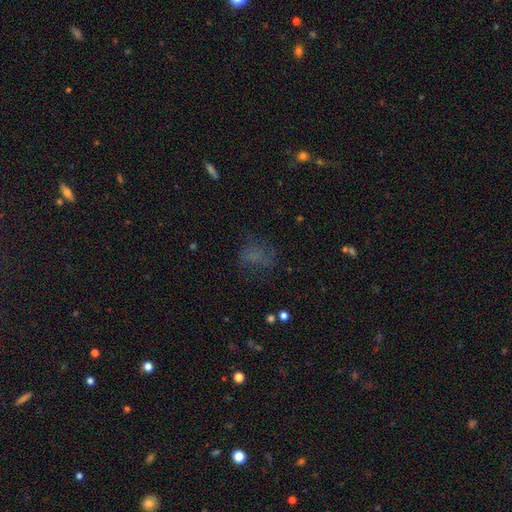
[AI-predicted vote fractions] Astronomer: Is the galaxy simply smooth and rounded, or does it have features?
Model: smooth — 49% (runner-up: featured or disk, 26%).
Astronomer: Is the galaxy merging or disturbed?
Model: none — 55%.